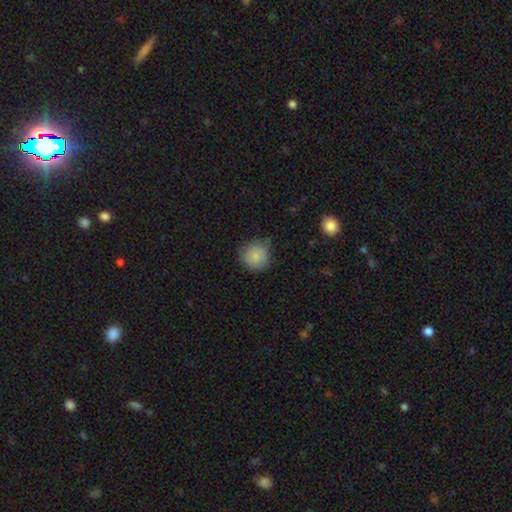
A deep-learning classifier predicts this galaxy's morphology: Overall: smooth (85%). How rounded: round (91%). Merging: none (71%).